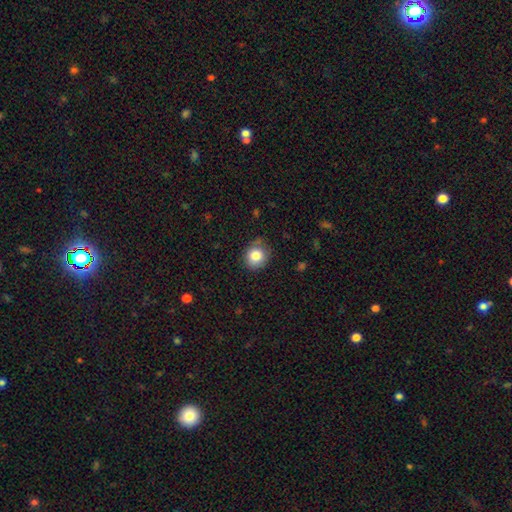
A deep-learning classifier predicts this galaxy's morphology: smooth_or_featured: smooth (p=0.83) [alt: star or artifact p=0.10]
how_rounded: round (p=0.79) [alt: in between p=0.20]
merging: none (p=0.78) [alt: minor disturbance p=0.16]